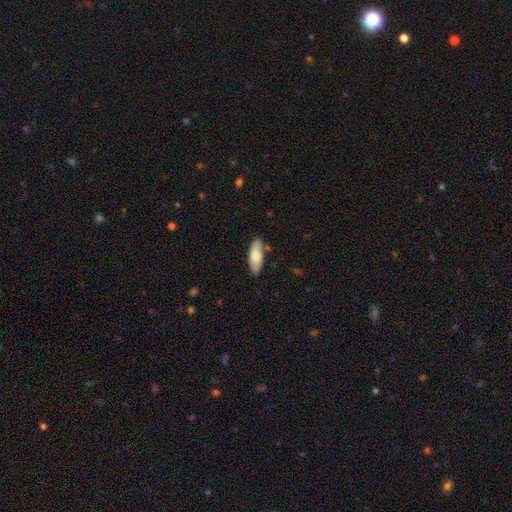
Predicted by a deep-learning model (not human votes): Morphology: type=smooth (71%); roundness=in between (73%); merging=none (85%).